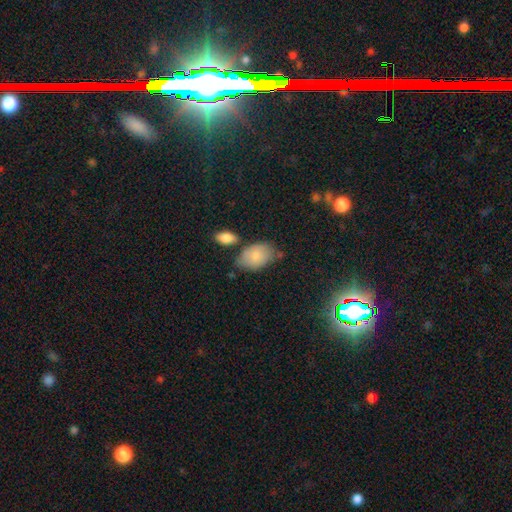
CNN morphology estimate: This appears to be a smooth galaxy with no disk features (83%) that is in between round and cigar-shaped (90%). Merging: none (59%).